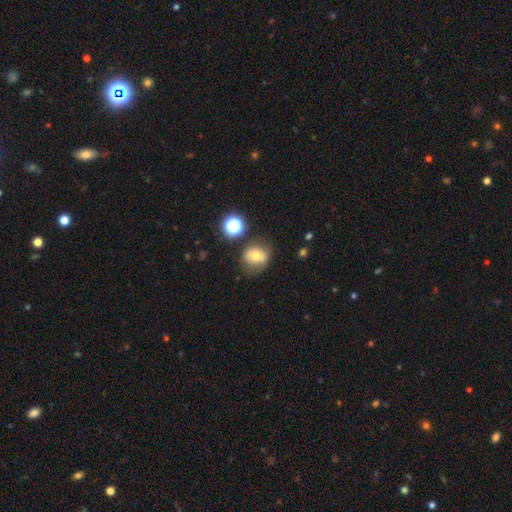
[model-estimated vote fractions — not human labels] Morphology: type=smooth (63%); roundness=round (72%); merging=none (63%).